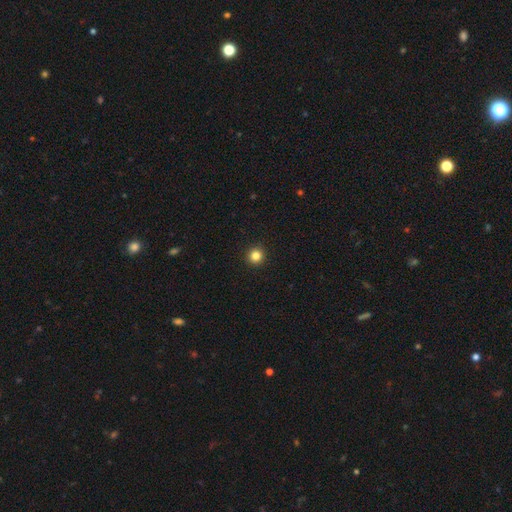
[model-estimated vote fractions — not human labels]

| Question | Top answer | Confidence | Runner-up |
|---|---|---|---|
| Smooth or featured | smooth | 84% | star or artifact (12%) |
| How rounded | round | 95% | in between (4%) |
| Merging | none | 94% | minor disturbance (4%) |